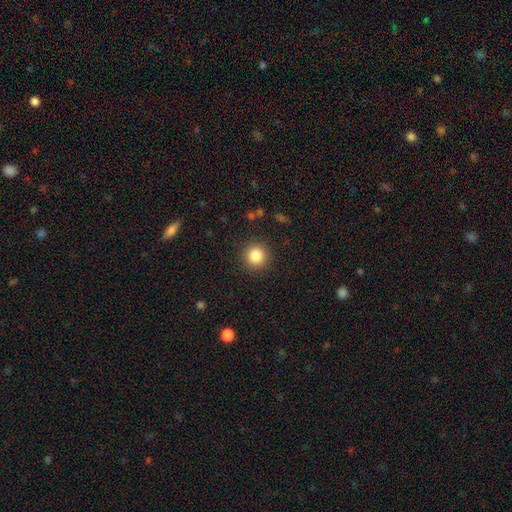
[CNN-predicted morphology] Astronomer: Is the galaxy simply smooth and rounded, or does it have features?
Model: smooth — 84%.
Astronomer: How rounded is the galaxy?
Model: round — 94%.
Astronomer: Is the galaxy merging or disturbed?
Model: none — 91%.